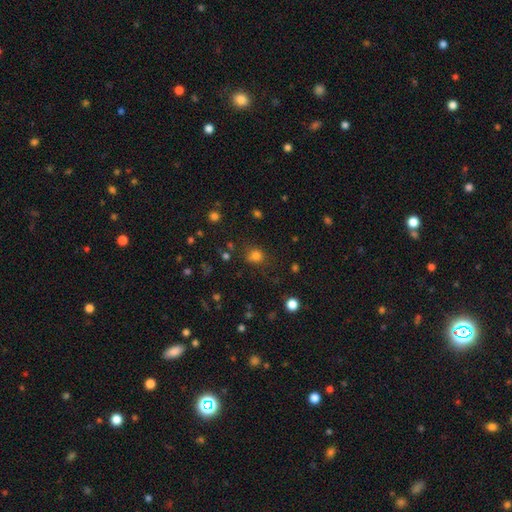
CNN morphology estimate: This is likely a smooth galaxy (78%). How rounded: likely round (78%). Merging: likely none (75%).